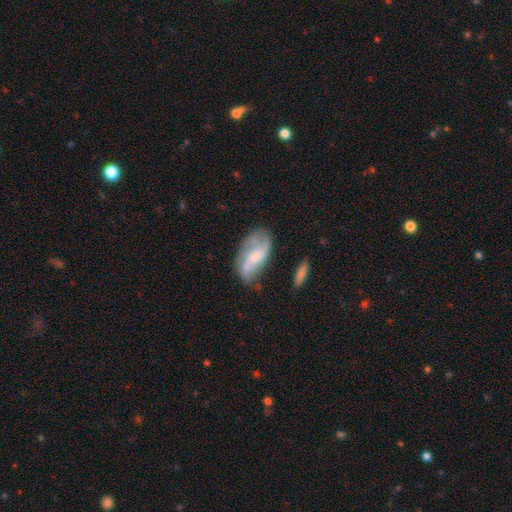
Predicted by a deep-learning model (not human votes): Smooth or featured: featured or disk — 59% (smooth — 34%)
Edge-on disk: no — 95% (yes — 5%)
Bar: no — 52% (weak — 37%)
Spiral arms: yes — 78% (no — 22%)
Bulge size: moderate — 39% (small — 34%)
Merging: none — 50% (minor disturbance — 27%)